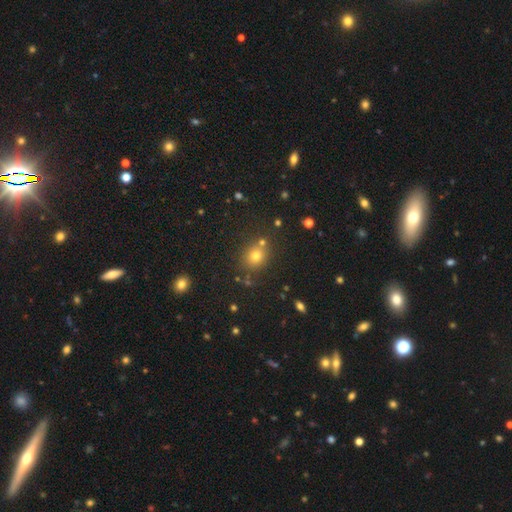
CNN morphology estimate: Smooth or featured? smooth (70%)
How rounded? round (74%)
Merging? none (77%)